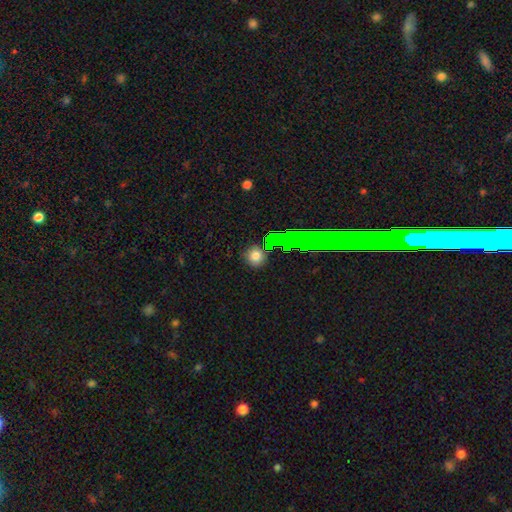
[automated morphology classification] Q: Smooth or featured?
A: smooth (75%); runner-up: star or artifact (17%)
Q: How rounded?
A: round (88%); runner-up: in between (10%)
Q: Merging?
A: none (84%); runner-up: minor disturbance (9%)